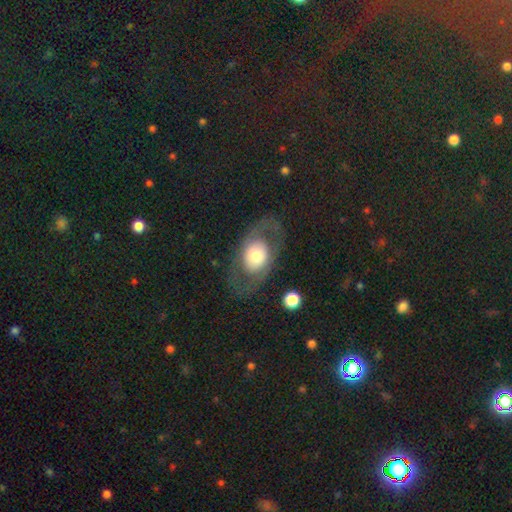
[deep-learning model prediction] Q: Smooth or featured?
A: featured or disk (53%); runner-up: smooth (41%)
Q: Edge-on disk?
A: no (90%); runner-up: yes (10%)
Q: Merging?
A: none (74%); runner-up: minor disturbance (12%)